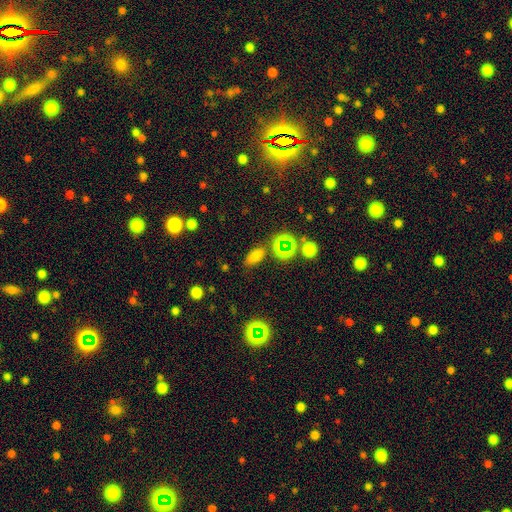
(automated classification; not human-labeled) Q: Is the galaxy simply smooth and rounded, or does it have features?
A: smooth — 67%.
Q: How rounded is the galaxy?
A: in between — 82%.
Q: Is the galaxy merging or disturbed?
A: none — 77%.